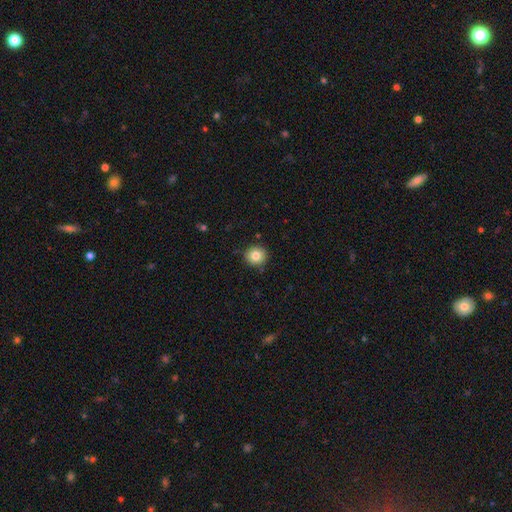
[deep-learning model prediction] Smooth or featured: smooth — 82% (star or artifact — 10%)
How rounded: round — 92% (in between — 7%)
Merging: none — 89% (minor disturbance — 8%)